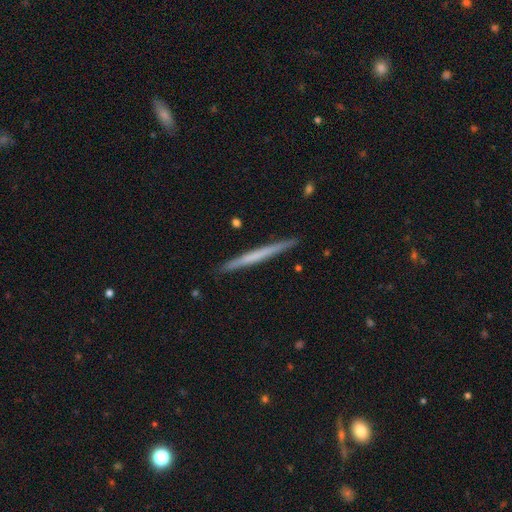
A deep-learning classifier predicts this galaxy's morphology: A featured or disk galaxy (48%). Merging: none (91%).